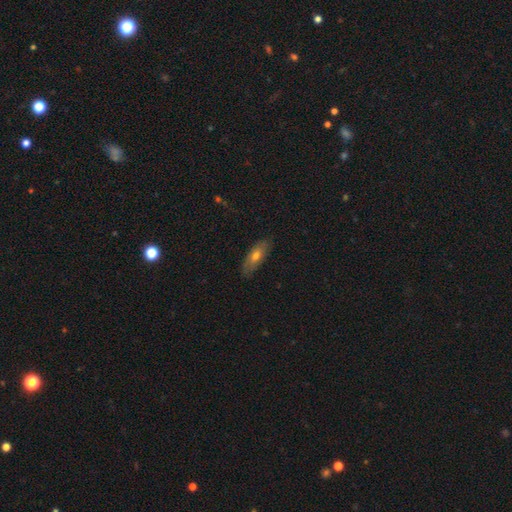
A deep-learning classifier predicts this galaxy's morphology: smooth_or_featured: smooth (p=0.62) [alt: featured or disk p=0.32]
how_rounded: in between (p=0.69) [alt: cigar-shaped p=0.29]
merging: none (p=0.81) [alt: minor disturbance p=0.15]